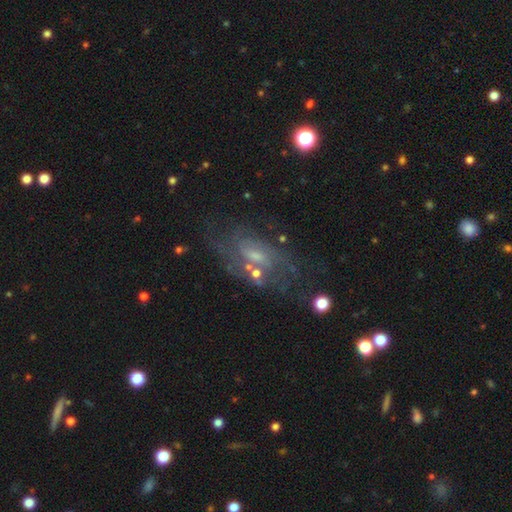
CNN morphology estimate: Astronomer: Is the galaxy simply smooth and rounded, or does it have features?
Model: featured or disk — 74%.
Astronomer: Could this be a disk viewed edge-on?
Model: no — 93%.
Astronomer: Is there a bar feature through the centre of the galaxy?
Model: weak — 49% (runner-up: no, 39%).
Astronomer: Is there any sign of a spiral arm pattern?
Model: yes — 85%.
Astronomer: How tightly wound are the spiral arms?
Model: tight — 42%, tied with medium at 42%.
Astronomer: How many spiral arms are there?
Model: can't tell — 44% (runner-up: 2, 31%).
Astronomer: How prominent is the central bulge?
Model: small — 53% (runner-up: moderate, 32%).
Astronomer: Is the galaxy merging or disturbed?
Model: none — 60%.